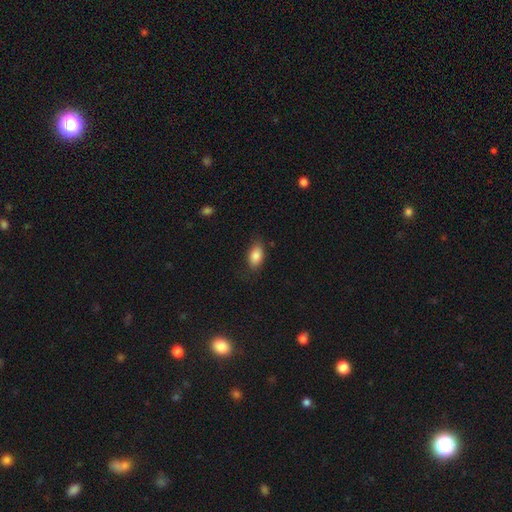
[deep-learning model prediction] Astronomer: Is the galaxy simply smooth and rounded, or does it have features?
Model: smooth — 86%.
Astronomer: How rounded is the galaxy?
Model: in between — 90%.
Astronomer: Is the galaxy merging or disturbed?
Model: none — 78%.